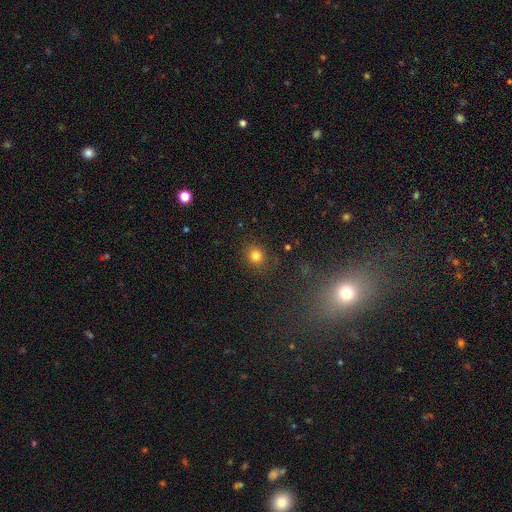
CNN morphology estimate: A smooth galaxy with no disk features (80%) that is round (83%). Merging: none (86%).